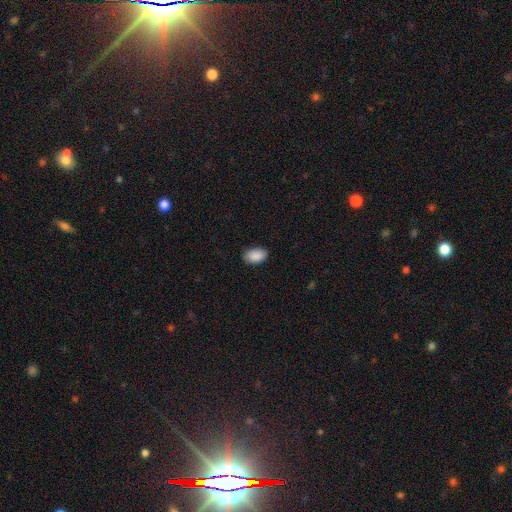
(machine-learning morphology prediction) Smooth or featured: smooth — 90% (star or artifact — 6%)
How rounded: in between — 94% (round — 5%)
Merging: none — 86% (minor disturbance — 10%)